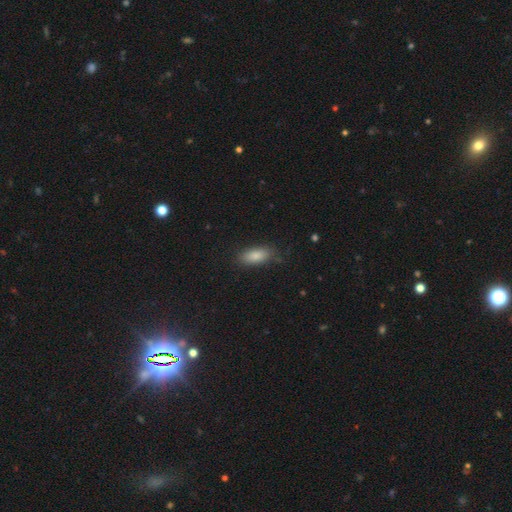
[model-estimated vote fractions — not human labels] Smooth or featured: smooth — 86% (star or artifact — 7%)
How rounded: in between — 85% (cigar-shaped — 12%)
Merging: none — 78% (minor disturbance — 16%)